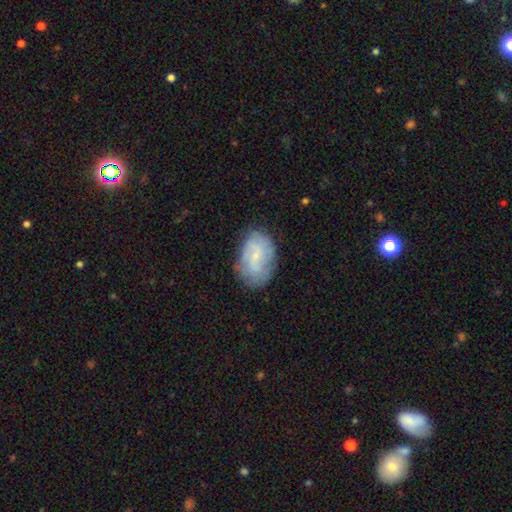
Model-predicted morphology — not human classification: Overall: featured or disk (50%; smooth 42%). Edge-on disk: no (96%). Merging: none (71%).